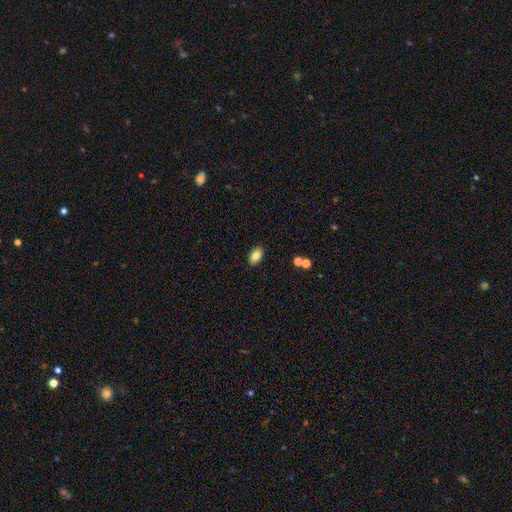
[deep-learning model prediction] Smooth or featured? smooth (81%)
How rounded? in between (92%)
Merging? none (88%)